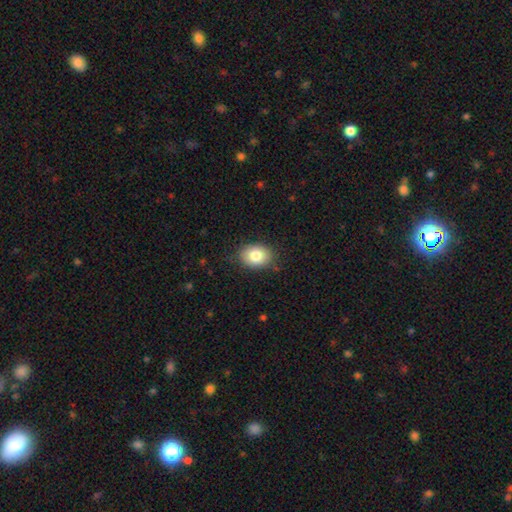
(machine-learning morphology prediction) Overall: smooth (82%). How rounded: in between (67%; round 32%). Merging: none (81%).